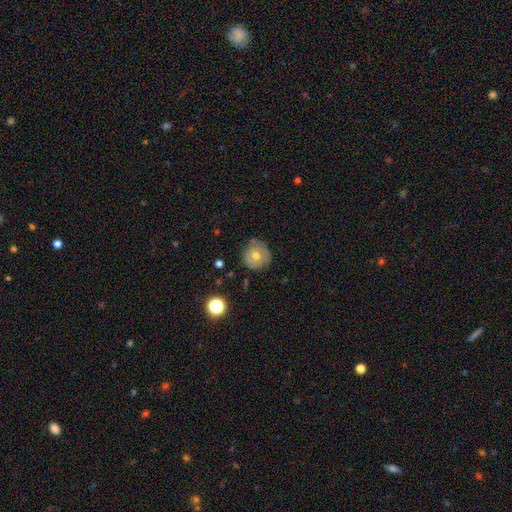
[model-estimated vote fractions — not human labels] Smooth or featured?
  - smooth: 62% *
  - featured or disk: 27%
  - star or artifact: 11%
How rounded?
  - round: 92% *
  - in between: 7%
  - cigar-shaped: 1%
Merging?
  - none: 77% *
  - minor disturbance: 18%
  - major disturbance: 4%
  - merger: 2%